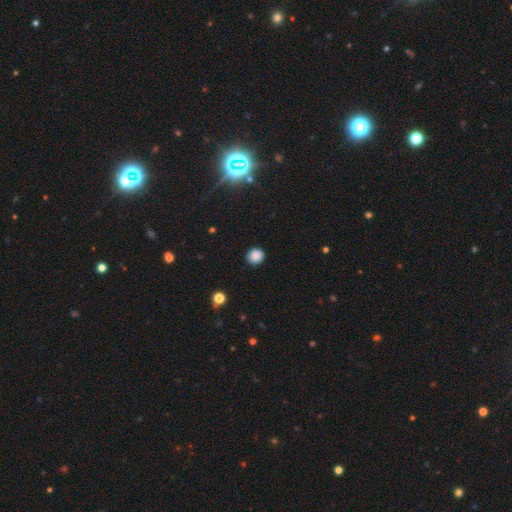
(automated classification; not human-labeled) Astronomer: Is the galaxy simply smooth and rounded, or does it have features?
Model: smooth — 86%.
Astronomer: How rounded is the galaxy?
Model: round — 85%.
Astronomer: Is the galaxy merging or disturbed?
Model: none — 90%.